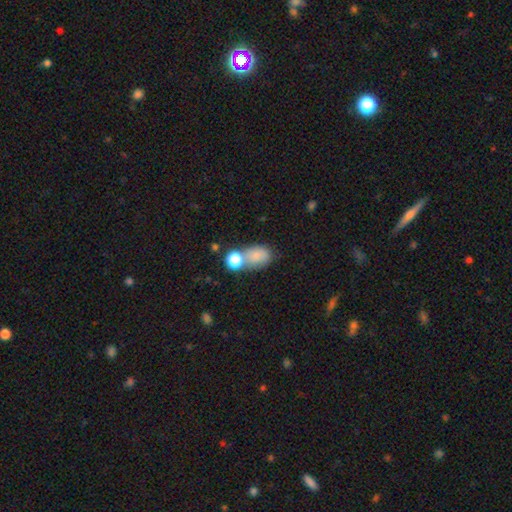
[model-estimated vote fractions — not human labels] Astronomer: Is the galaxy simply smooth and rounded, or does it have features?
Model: smooth — 79%.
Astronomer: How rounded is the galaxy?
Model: in between — 72%.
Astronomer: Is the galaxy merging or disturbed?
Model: none — 41% (runner-up: merger, 37%).